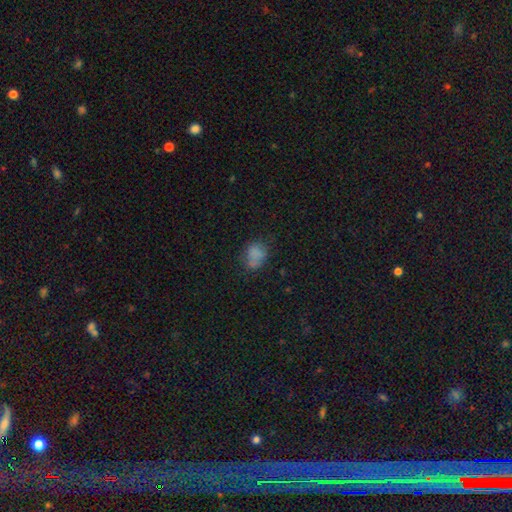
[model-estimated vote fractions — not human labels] Morphology: type=smooth (73%); roundness=round (49%, tied with in between); merging=none (53%).